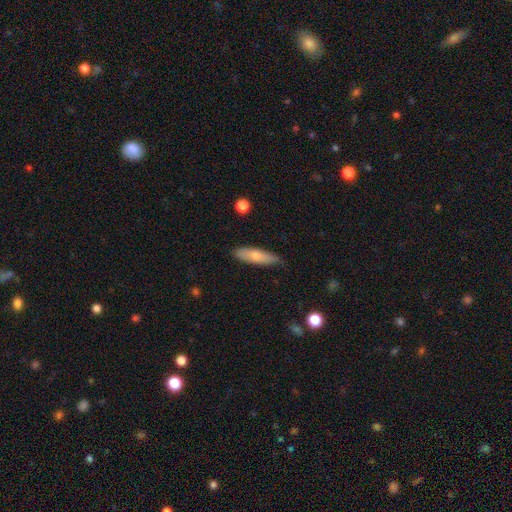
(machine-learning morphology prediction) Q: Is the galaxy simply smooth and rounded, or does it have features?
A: smooth — 72%.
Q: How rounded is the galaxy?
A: cigar-shaped — 59%.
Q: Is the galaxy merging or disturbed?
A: none — 76%.